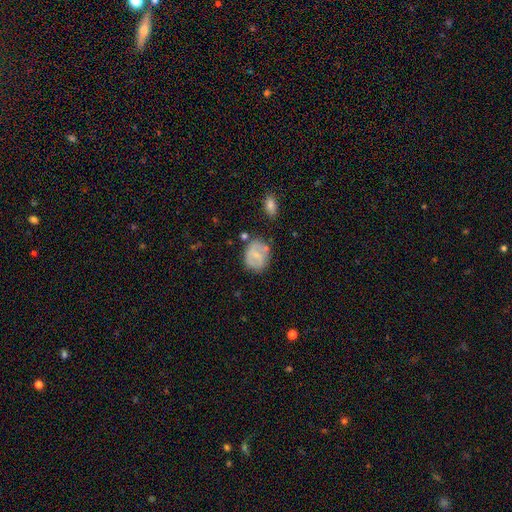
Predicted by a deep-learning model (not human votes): The model was most divided on "smooth or featured": smooth: 51%, featured or disk: 41%, star or artifact: 8%. More confident: merging — none (64%); how rounded — round (56%).